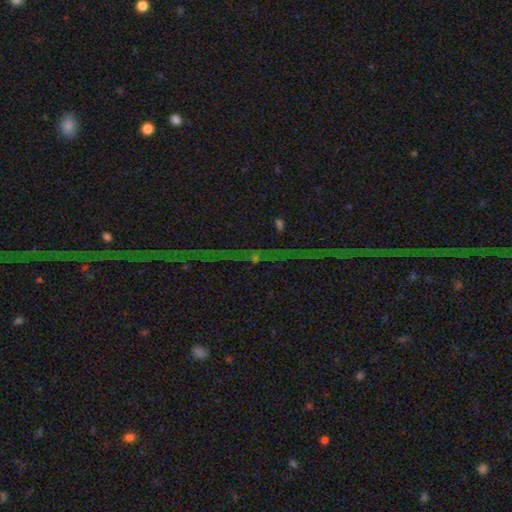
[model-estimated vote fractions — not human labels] smooth_or_featured: star or artifact (p=0.79) [alt: featured or disk p=0.12]